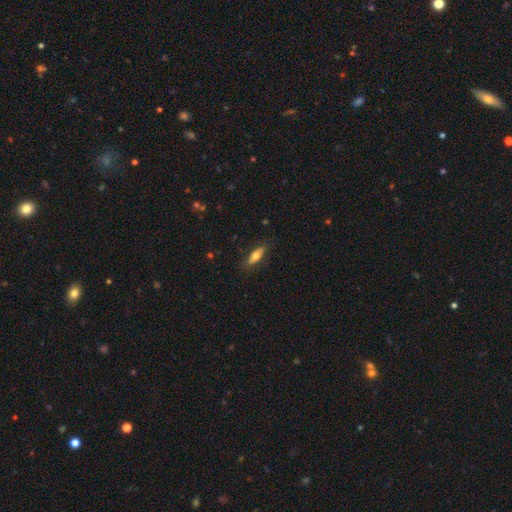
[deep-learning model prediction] Morphology: type=smooth (64%); roundness=in between (57%); merging=none (82%).